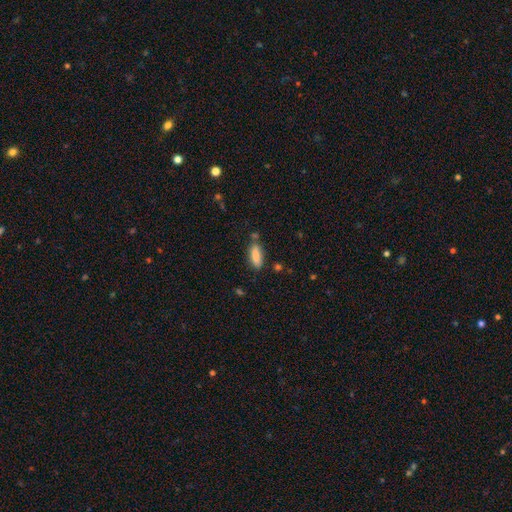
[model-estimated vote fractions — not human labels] Overall: smooth (86%). How rounded: in between (71%). Merging: none (73%).